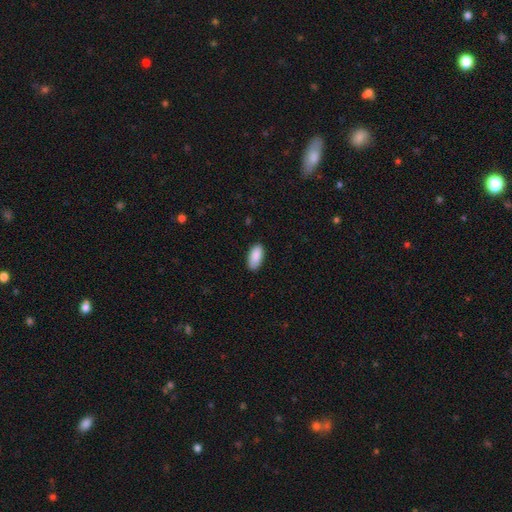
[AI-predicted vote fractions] Q: Smooth or featured?
A: smooth (90%); runner-up: star or artifact (6%)
Q: How rounded?
A: in between (93%); runner-up: cigar-shaped (5%)
Q: Merging?
A: none (85%); runner-up: minor disturbance (12%)